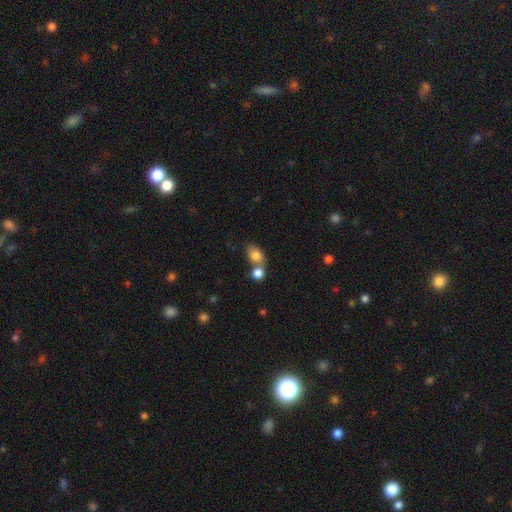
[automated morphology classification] Smooth or featured?
  - smooth: 81% *
  - star or artifact: 9%
  - featured or disk: 9%
How rounded?
  - in between: 64% *
  - round: 34%
  - cigar-shaped: 2%
Merging?
  - none: 43% *
  - merger: 42%
  - minor disturbance: 10%
  - major disturbance: 4%